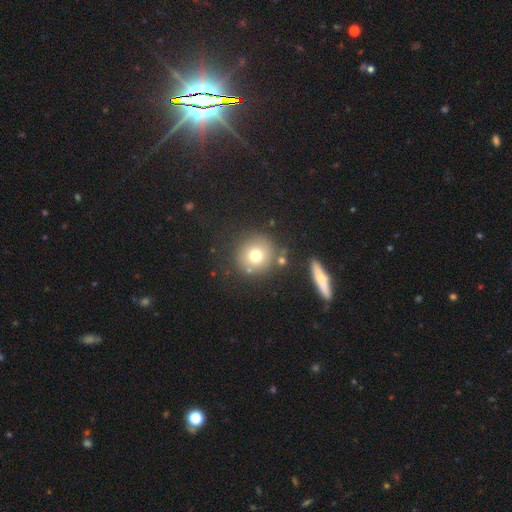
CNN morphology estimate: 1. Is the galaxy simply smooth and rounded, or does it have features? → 72% smooth, 15% featured or disk, 12% star or artifact.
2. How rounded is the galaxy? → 91% round, 8% in between, 1% cigar-shaped.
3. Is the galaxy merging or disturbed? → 78% none, 10% minor disturbance, 9% merger, 4% major disturbance.